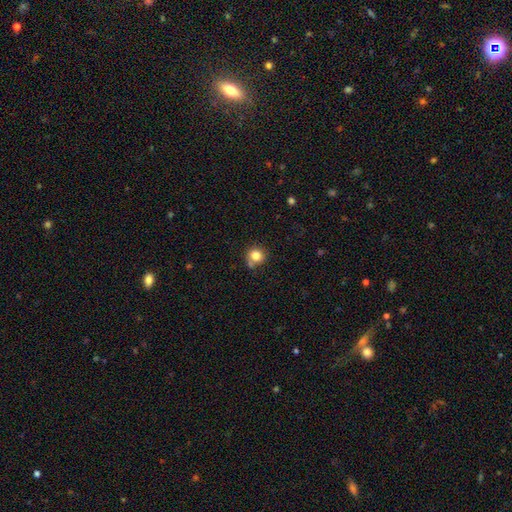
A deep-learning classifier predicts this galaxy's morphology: Smooth or featured?
  - smooth: 81% *
  - star or artifact: 11%
  - featured or disk: 8%
How rounded?
  - round: 88% *
  - in between: 11%
  - cigar-shaped: 1%
Merging?
  - none: 66% *
  - minor disturbance: 16%
  - merger: 14%
  - major disturbance: 5%